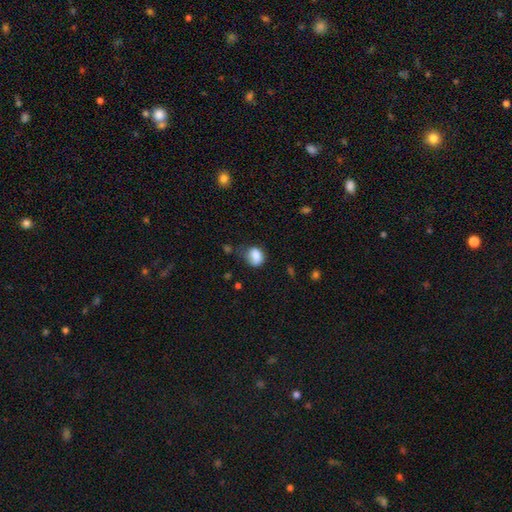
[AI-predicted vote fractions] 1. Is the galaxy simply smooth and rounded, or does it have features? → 83% smooth, 8% star or artifact, 8% featured or disk.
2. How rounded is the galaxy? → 50% in between, 49% round, 1% cigar-shaped.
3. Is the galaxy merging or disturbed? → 48% none, 34% minor disturbance, 14% major disturbance, 4% merger.